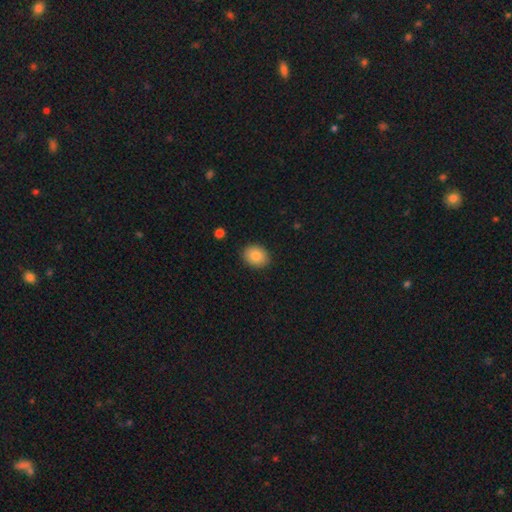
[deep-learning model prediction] A smooth galaxy with no disk features (85%) that is round (50%).

Vote fractions:
- Smooth or featured? smooth: 85% / star or artifact: 8% / featured or disk: 7%
- How rounded? round: 50% / in between: 49% / cigar-shaped: 1%
- Merging? none: 89% / minor disturbance: 8% / major disturbance: 2% / merger: 1%